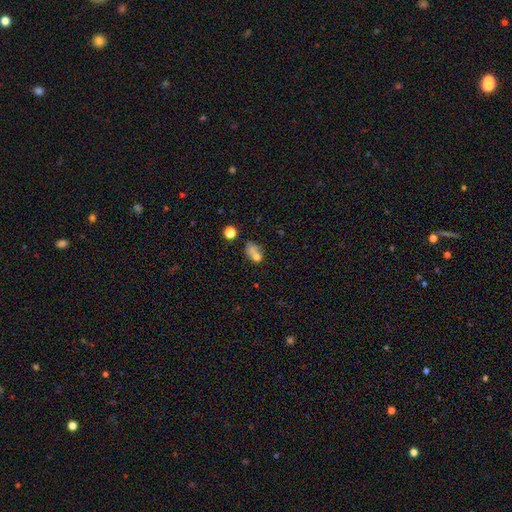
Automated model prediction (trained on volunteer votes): smooth 67%, featured or disk 18%, star or artifact 15%. Down the decision tree: how rounded — in between (57%); merging — merger (40%).